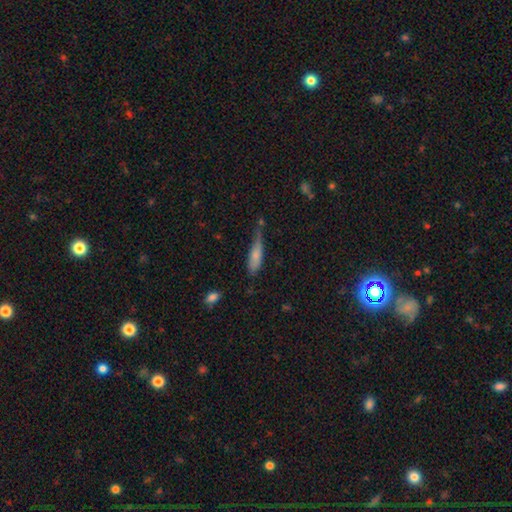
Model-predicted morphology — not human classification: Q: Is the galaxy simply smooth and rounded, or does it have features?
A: smooth — 74%.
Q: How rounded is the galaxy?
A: cigar-shaped — 58%.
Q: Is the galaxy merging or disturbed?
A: minor disturbance — 40%.